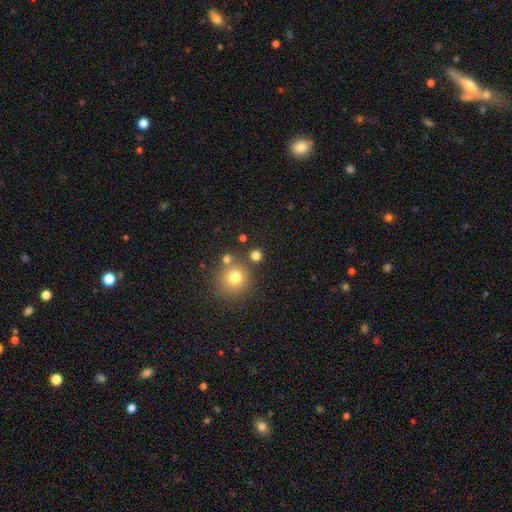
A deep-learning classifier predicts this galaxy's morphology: Q: Smooth or featured?
A: smooth (76%); runner-up: star or artifact (17%)
Q: How rounded?
A: round (91%); runner-up: in between (8%)
Q: Merging?
A: none (77%); runner-up: merger (11%)